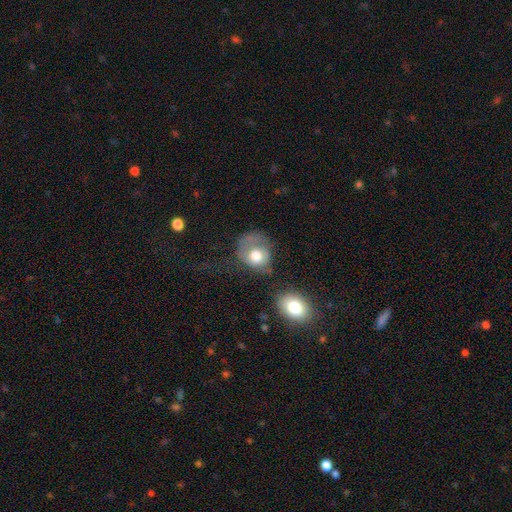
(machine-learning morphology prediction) This appears to be a smooth galaxy with no disk features (66%) that is round (63%). Merging: major disturbance (38%).